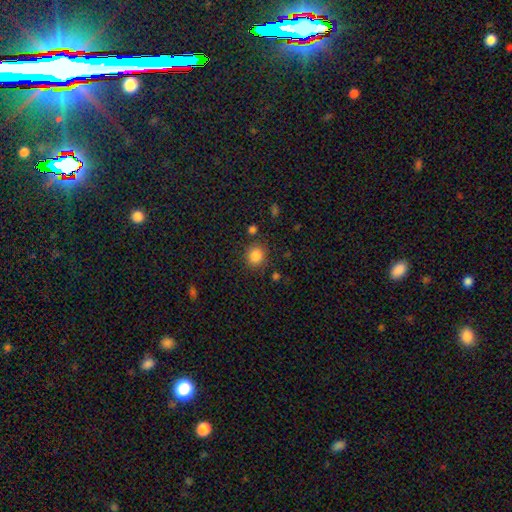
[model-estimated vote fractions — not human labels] Smooth or featured? Predicted: smooth (p=0.85). How rounded? Predicted: round (p=0.75). Merging? Predicted: none (p=0.83).